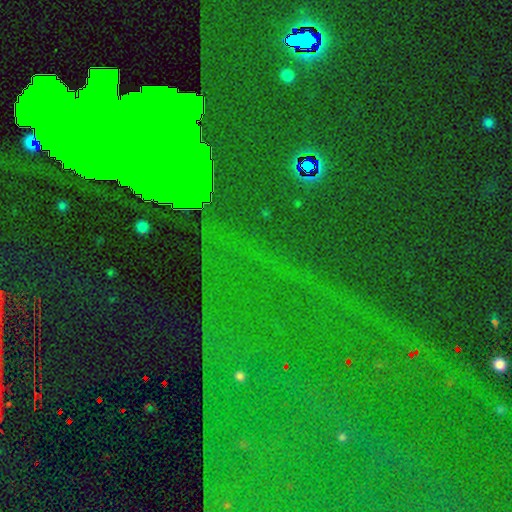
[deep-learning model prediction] The model was most divided on "smooth or featured": star or artifact: 82%, smooth: 10%, featured or disk: 9%.